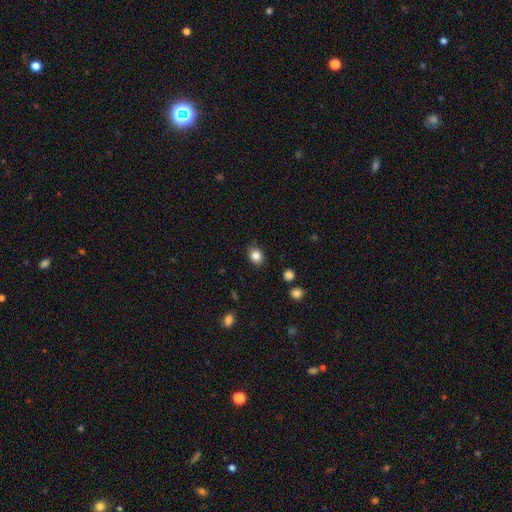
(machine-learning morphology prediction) smooth 84%, star or artifact 10%, featured or disk 6%. Down the decision tree: how rounded — round (50%); merging — none (87%).